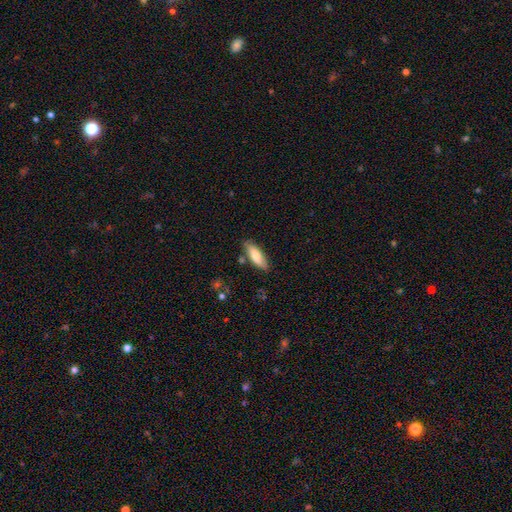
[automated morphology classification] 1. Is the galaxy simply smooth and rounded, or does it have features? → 75% smooth, 19% featured or disk, 6% star or artifact.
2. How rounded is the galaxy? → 66% in between, 32% cigar-shaped, 2% round.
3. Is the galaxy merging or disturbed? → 79% none, 14% minor disturbance, 4% merger, 3% major disturbance.